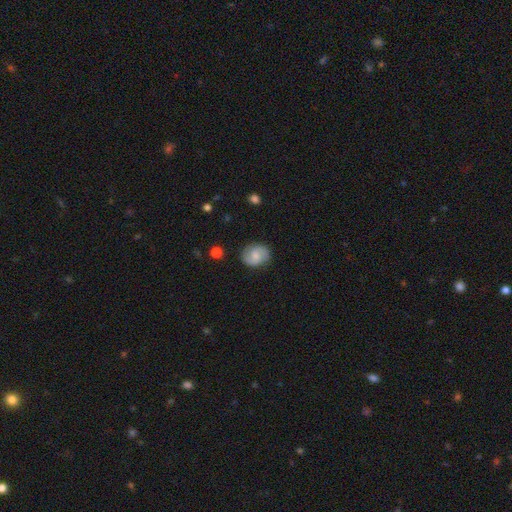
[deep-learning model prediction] Smooth or featured: featured or disk — 57% (smooth — 35%)
Edge-on disk: no — 98% (yes — 2%)
Bar: no — 47% (weak — 46%)
Spiral arms: yes — 92% (no — 8%)
Spiral winding: medium — 48% (tight — 28%)
Spiral arm count: 2 — 89% (can't tell — 6%)
Bulge size: moderate — 41% (small — 36%)
Merging: none — 83% (minor disturbance — 13%)